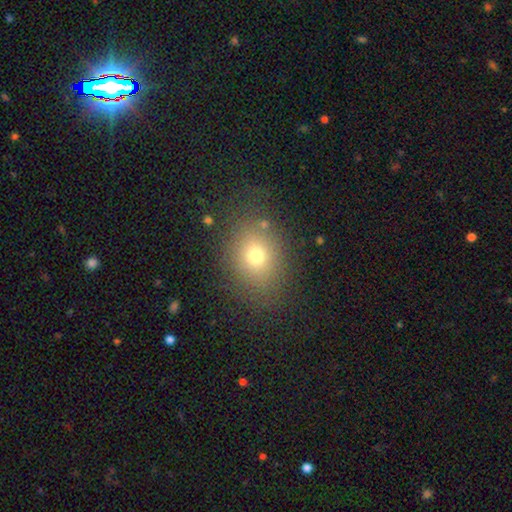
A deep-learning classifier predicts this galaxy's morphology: Q: Smooth or featured?
A: smooth (71%); runner-up: star or artifact (17%)
Q: How rounded?
A: round (52%); runner-up: in between (47%)
Q: Merging?
A: none (80%); runner-up: minor disturbance (12%)